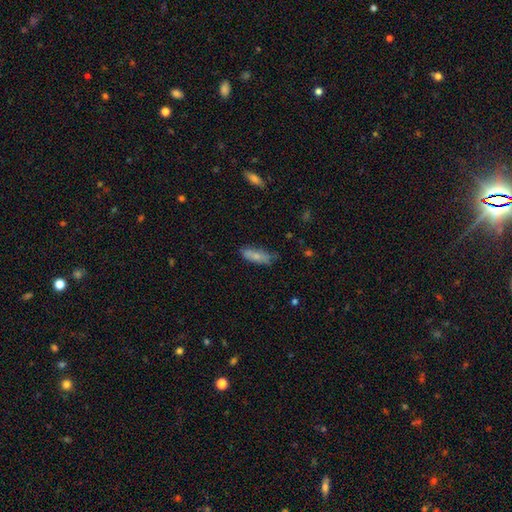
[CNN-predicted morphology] This appears to be a smooth galaxy with no disk features (76%) that is in between round and cigar-shaped (55%). Merging: none (62%).